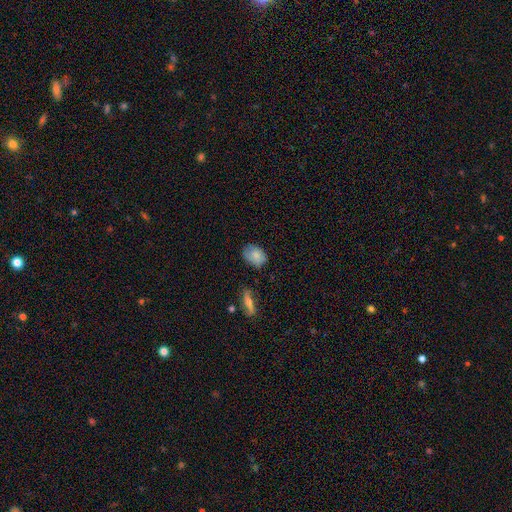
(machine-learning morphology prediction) This appears to be a smooth galaxy with no disk features (78%) that is in between round and cigar-shaped (74%). Merging: none (66%).